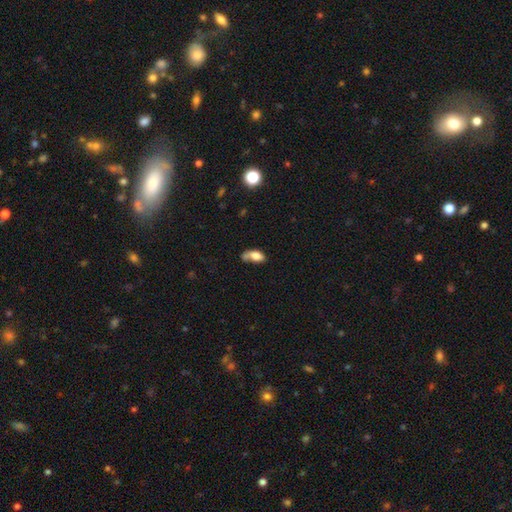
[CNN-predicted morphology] Smooth or featured? Predicted: smooth (p=0.73). How rounded? Predicted: in between (p=0.87). Merging? Predicted: none (p=0.30).